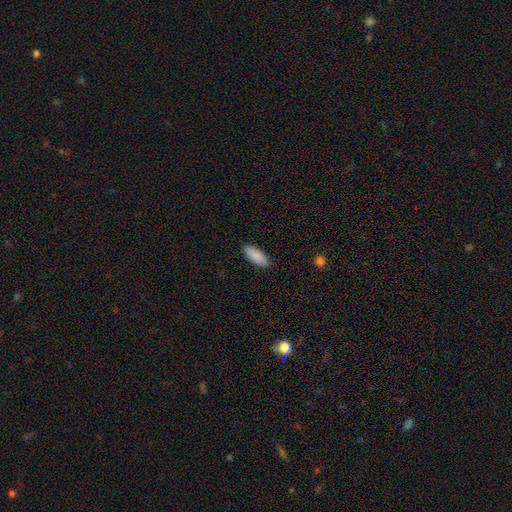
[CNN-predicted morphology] A smooth galaxy with no disk features (90%) that is in between round and cigar-shaped (76%).

Vote fractions:
- Smooth or featured? smooth: 90% / star or artifact: 6% / featured or disk: 5%
- How rounded? in between: 76% / cigar-shaped: 23% / round: 2%
- Merging? none: 88% / minor disturbance: 9% / major disturbance: 2% / merger: 1%